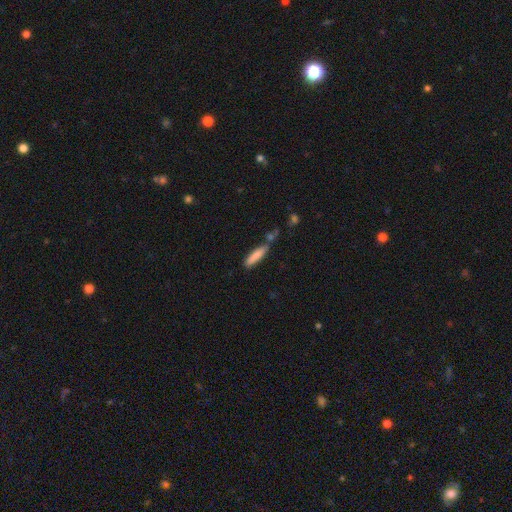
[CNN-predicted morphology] Smooth or featured?
  - smooth: 82% *
  - featured or disk: 12%
  - star or artifact: 7%
How rounded?
  - cigar-shaped: 80% *
  - in between: 19%
  - round: 1%
Merging?
  - none: 64% *
  - minor disturbance: 18%
  - merger: 13%
  - major disturbance: 4%